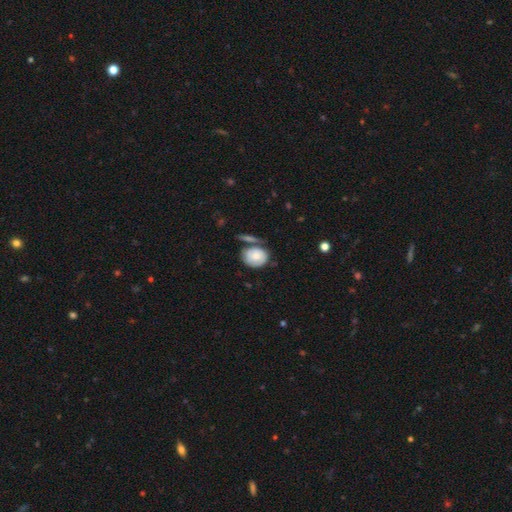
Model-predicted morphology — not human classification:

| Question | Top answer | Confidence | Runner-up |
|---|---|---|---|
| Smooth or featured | smooth | 67% | featured or disk (26%) |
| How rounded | round | 55% | in between (44%) |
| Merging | none | 49% | minor disturbance (22%) |